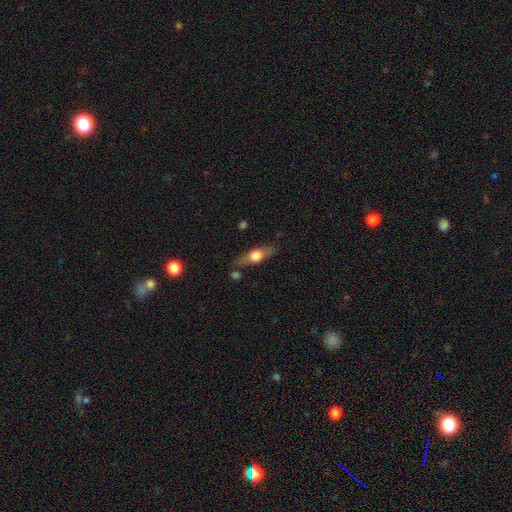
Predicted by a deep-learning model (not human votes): featured or disk 50%, smooth 43%, star or artifact 7%. Down the decision tree: edge-on disk — yes (87%); merging — none (72%).